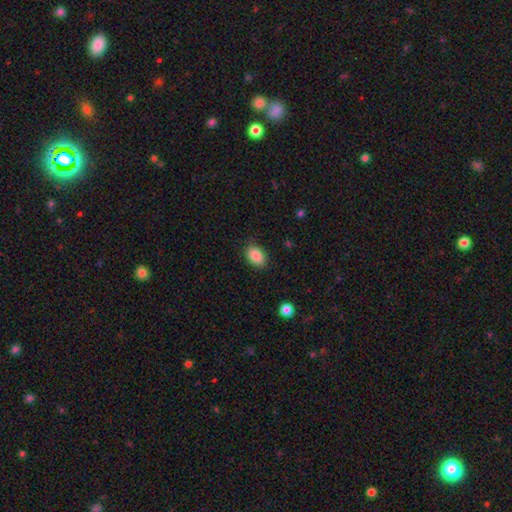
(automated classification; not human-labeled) Overall: smooth (88%). How rounded: in between (87%). Merging: none (85%).